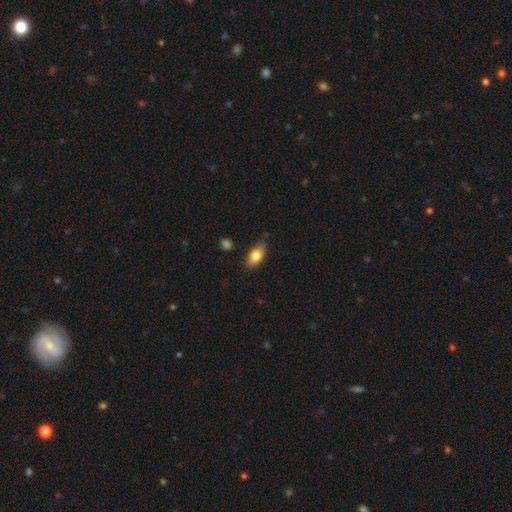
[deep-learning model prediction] smooth_or_featured: smooth (p=0.81) [alt: featured or disk p=0.12]
how_rounded: in between (p=0.87) [alt: round p=0.07]
merging: none (p=0.79) [alt: minor disturbance p=0.16]